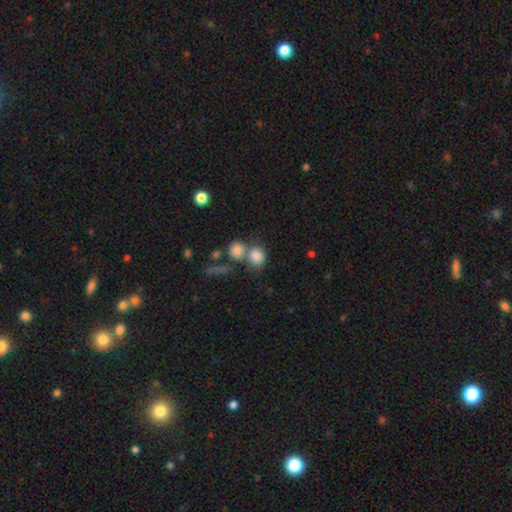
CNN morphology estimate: smooth-or-featured: smooth: 82% | star or artifact: 9% | featured or disk: 8%
  how-rounded: round: 71% | in between: 27% | cigar-shaped: 2%
  merging: merger: 45% | none: 40% | minor disturbance: 9% | major disturbance: 6%